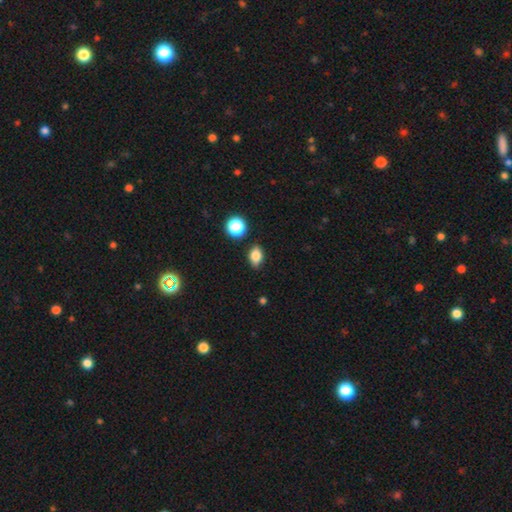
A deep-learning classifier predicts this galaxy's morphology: type=smooth (81%); roundness=in between (77%); merging=none (82%).